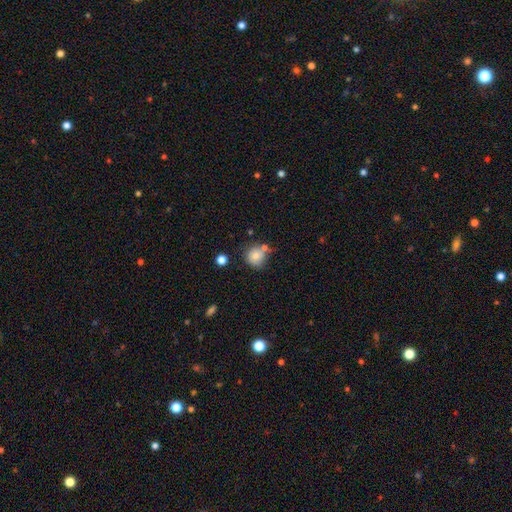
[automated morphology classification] This is likely a smooth galaxy (75%). How rounded: clearly round (87%). Merging: possibly none (60%).